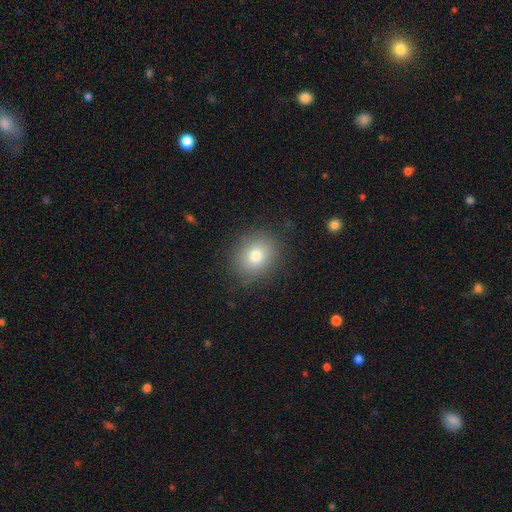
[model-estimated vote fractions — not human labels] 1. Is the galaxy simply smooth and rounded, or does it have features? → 79% smooth, 11% star or artifact, 10% featured or disk.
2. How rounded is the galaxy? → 69% round, 30% in between, 1% cigar-shaped.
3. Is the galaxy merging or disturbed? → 85% none, 10% minor disturbance, 3% major disturbance, 1% merger.